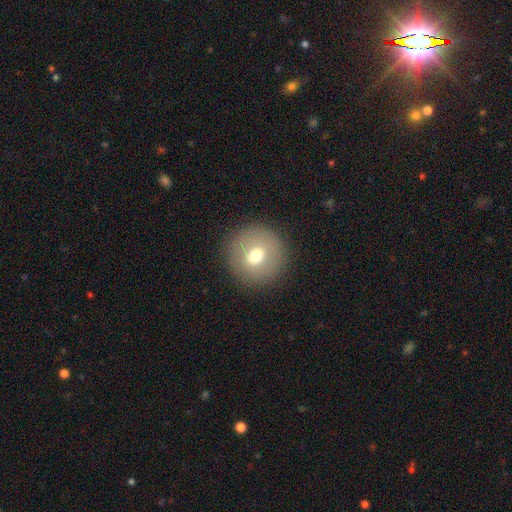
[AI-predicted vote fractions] Morphology: type=smooth (69%); roundness=round (94%); merging=none (89%).